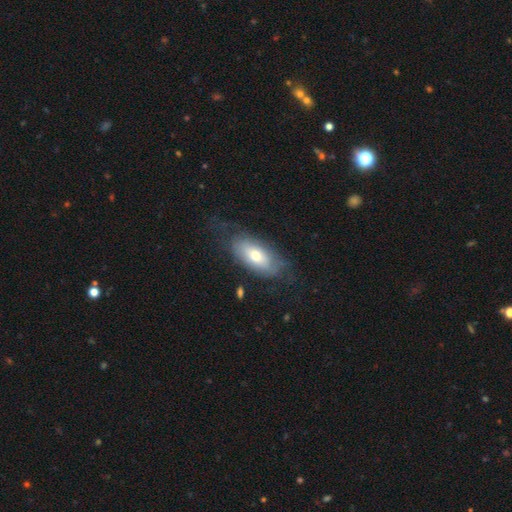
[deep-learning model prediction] Smooth or featured? smooth (57%)
How rounded? in between (89%)
Merging? none (61%)